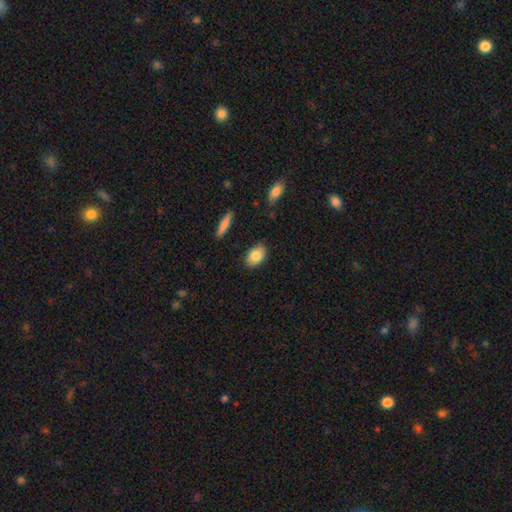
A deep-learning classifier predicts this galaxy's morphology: This appears to be a smooth galaxy with no disk features (84%) that is in between round and cigar-shaped (88%). Merging: none (87%).